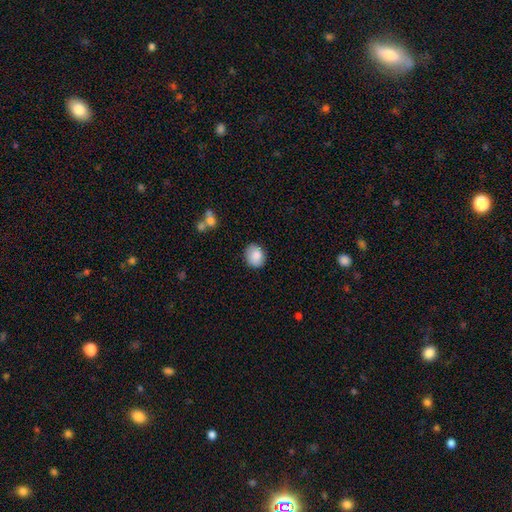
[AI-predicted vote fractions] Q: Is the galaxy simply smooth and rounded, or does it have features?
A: smooth — 86%.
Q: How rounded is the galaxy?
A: round — 62%.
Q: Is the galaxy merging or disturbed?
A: none — 85%.